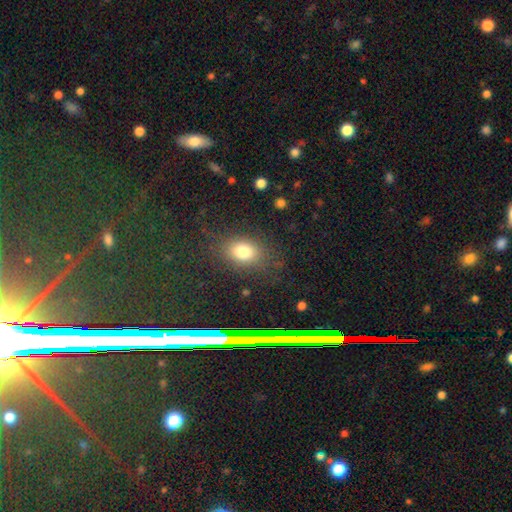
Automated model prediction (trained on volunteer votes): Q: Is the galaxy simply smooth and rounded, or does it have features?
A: smooth — 71%.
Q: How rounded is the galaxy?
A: in between — 49%, tied with round.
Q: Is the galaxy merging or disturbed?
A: none — 88%.